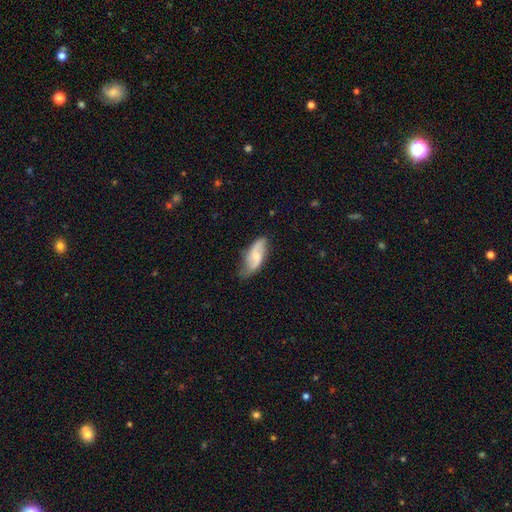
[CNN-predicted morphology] The model was most divided on "bar": no: 46%, weak: 43%, strong: 11%. Remaining: edge-on disk — no (92%); spiral arms — yes (90%); merging — none (68%); smooth or featured — featured or disk (59%); bulge size — small (49%).